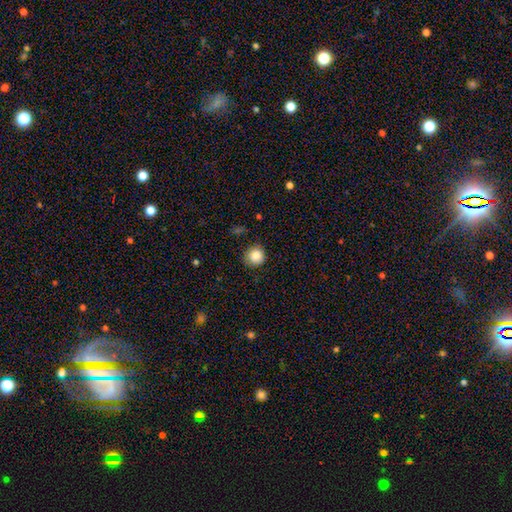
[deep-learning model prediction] Q: Smooth or featured?
A: smooth (86%); runner-up: star or artifact (9%)
Q: How rounded?
A: round (91%); runner-up: in between (8%)
Q: Merging?
A: none (80%); runner-up: minor disturbance (15%)